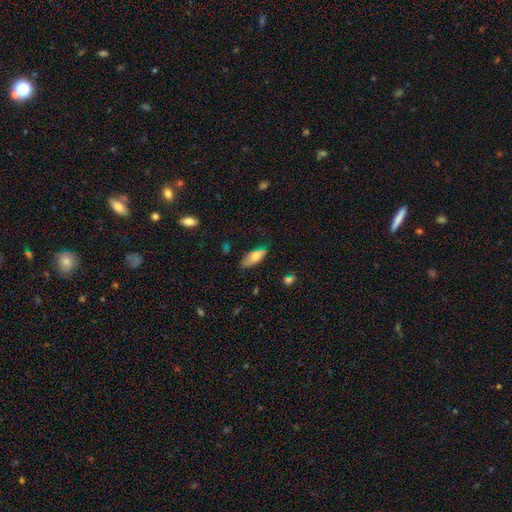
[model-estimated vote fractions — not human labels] Smooth or featured? Predicted: smooth (p=0.74). How rounded? Predicted: in between (p=0.78). Merging? Predicted: none (p=0.66).